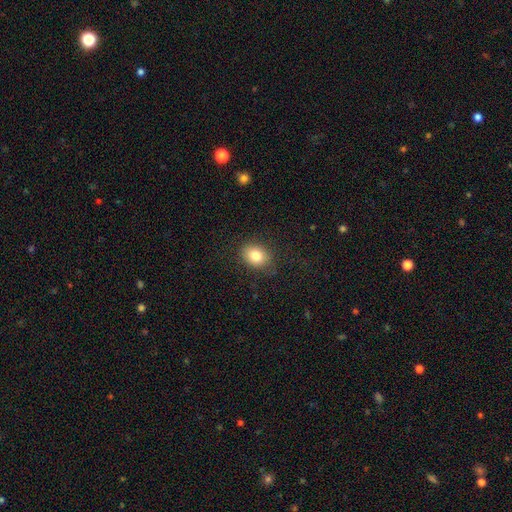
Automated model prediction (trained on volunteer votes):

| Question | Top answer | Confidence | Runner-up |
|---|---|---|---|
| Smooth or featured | smooth | 82% | star or artifact (9%) |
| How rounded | in between | 58% | round (41%) |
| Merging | none | 83% | minor disturbance (12%) |